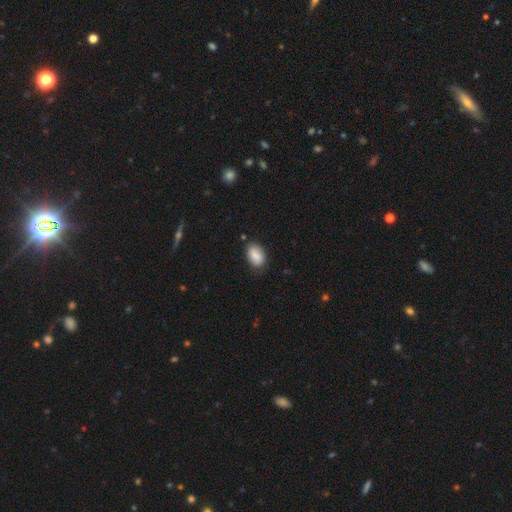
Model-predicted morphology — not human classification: A smooth galaxy with no disk features (83%) that is in between round and cigar-shaped (89%).

Vote fractions:
- Smooth or featured? smooth: 83% / featured or disk: 10% / star or artifact: 7%
- How rounded? in between: 89% / round: 10% / cigar-shaped: 2%
- Merging? none: 71% / minor disturbance: 22% / major disturbance: 4% / merger: 3%